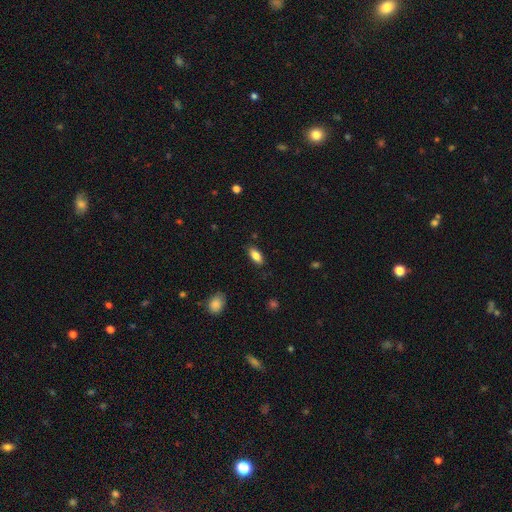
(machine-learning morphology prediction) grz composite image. It shows a smooth galaxy with no disk features (83%) that is in between round and cigar-shaped (85%). Merging: none (85%).